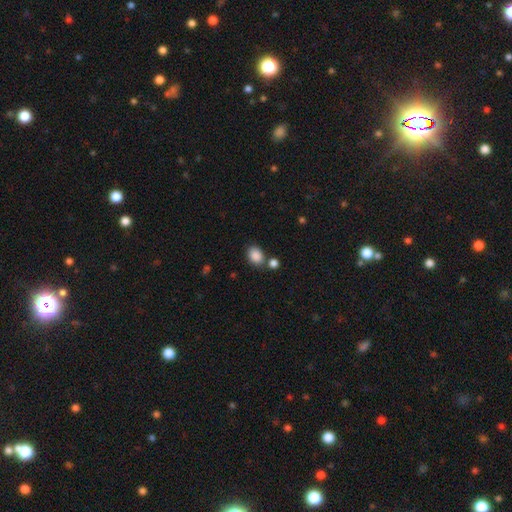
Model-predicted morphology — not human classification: The model was most divided on "how rounded": in between: 63%, round: 36%, cigar-shaped: 1%. More confident: smooth or featured — smooth (87%); merging — none (68%).